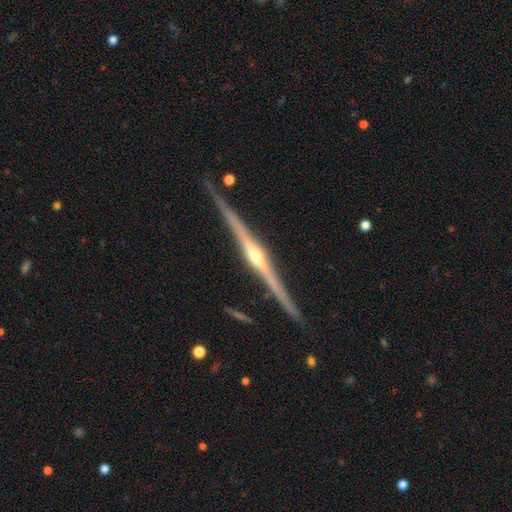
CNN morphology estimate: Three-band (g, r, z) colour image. It shows a featured or disk galaxy (89%) viewed edge-on (99%) with a rounded central bulge (88%). Merging: none (88%).